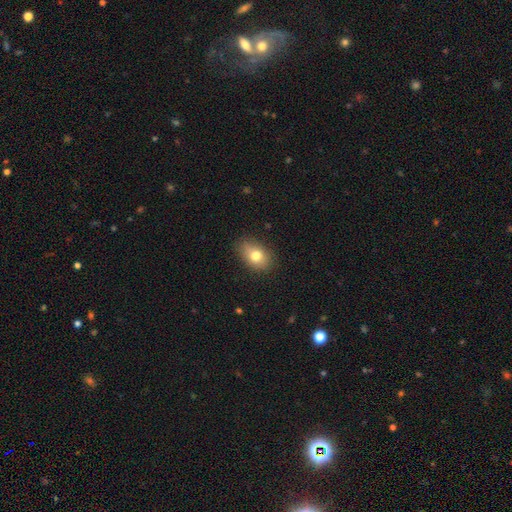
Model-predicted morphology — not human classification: A smooth galaxy with no disk features (77%) that is in between round and cigar-shaped (81%).

Vote fractions:
- Smooth or featured? smooth: 77% / featured or disk: 14% / star or artifact: 9%
- How rounded? in between: 81% / round: 17% / cigar-shaped: 2%
- Merging? none: 82% / minor disturbance: 14% / major disturbance: 3% / merger: 1%